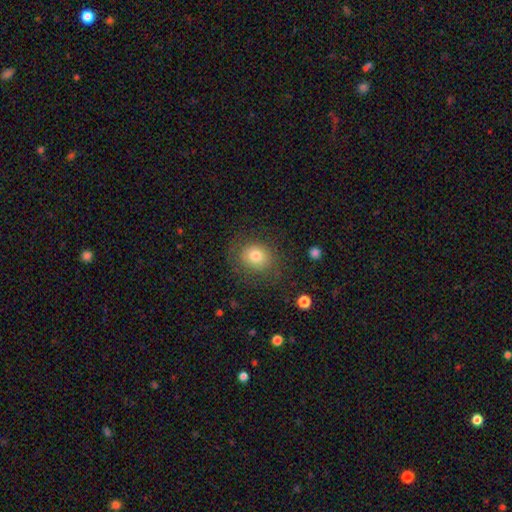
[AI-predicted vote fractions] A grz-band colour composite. It shows a smooth galaxy with no disk features (76%) that is round (74%). Merging: none (76%).